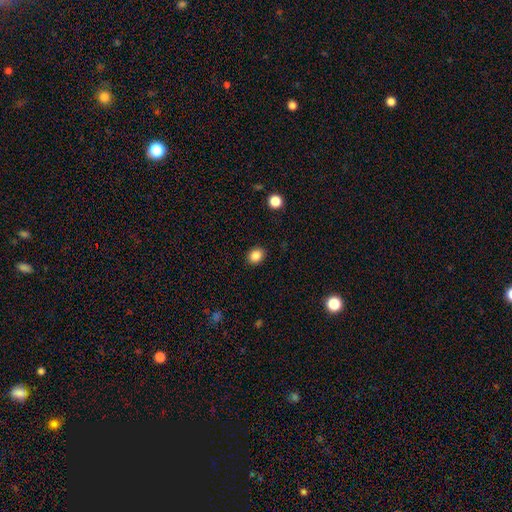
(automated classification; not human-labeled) Q: Smooth or featured?
A: smooth (86%); runner-up: star or artifact (10%)
Q: How rounded?
A: round (59%); runner-up: in between (40%)
Q: Merging?
A: none (91%); runner-up: minor disturbance (6%)